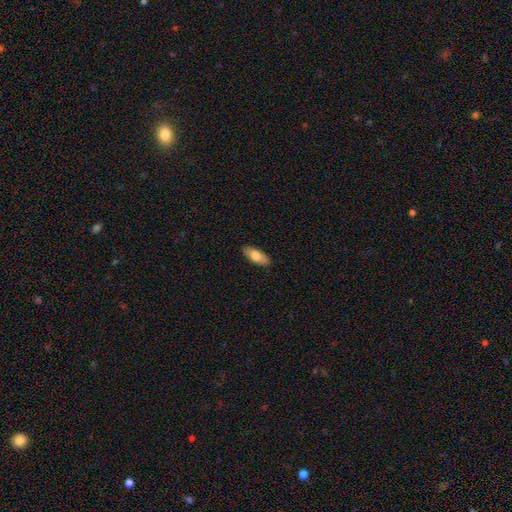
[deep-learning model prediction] Smooth or featured? Predicted: smooth (p=0.74). How rounded? Predicted: in between (p=0.83). Merging? Predicted: none (p=0.89).